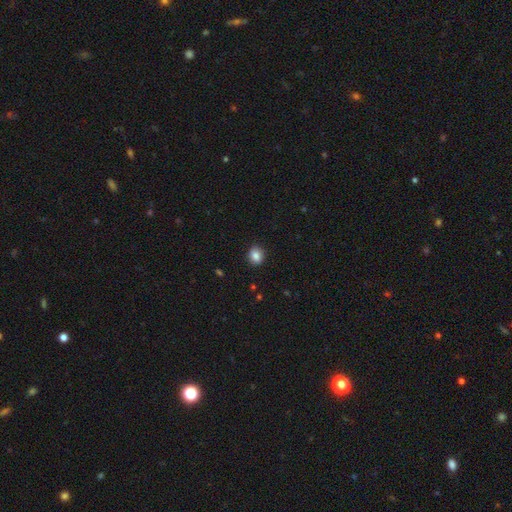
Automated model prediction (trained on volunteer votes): Overall: smooth (85%). How rounded: round (69%; in between 30%). Merging: none (90%).